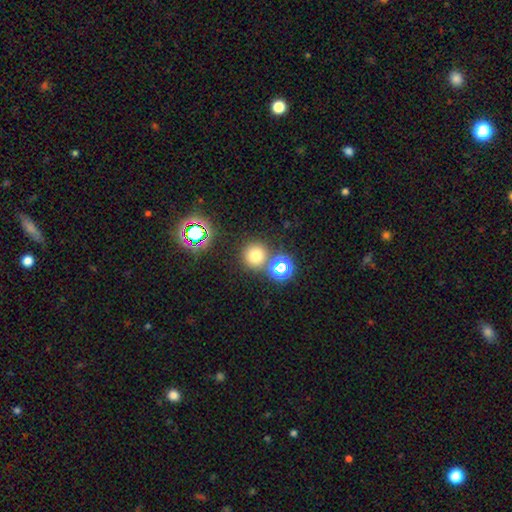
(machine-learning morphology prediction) Smooth or featured? smooth (70%)
How rounded? round (93%)
Merging? none (77%)